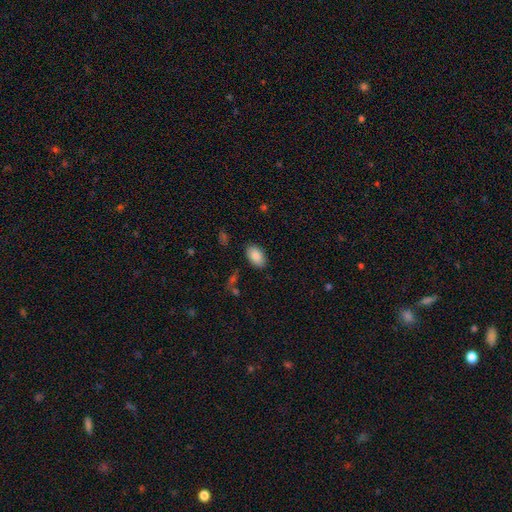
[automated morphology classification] Smooth or featured?
  - smooth: 87% *
  - star or artifact: 7%
  - featured or disk: 6%
How rounded?
  - in between: 92% *
  - round: 6%
  - cigar-shaped: 1%
Merging?
  - none: 85% *
  - minor disturbance: 11%
  - major disturbance: 3%
  - merger: 2%